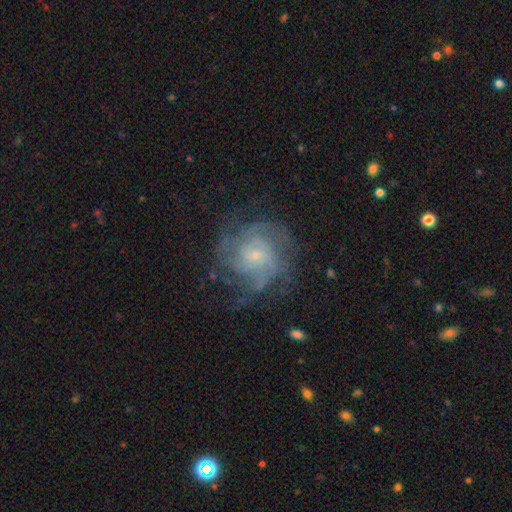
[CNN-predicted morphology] This is clearly a featured or disk galaxy (81%). It is clearly not viewed edge-on (98%). Bar: likely no (61%). Spiral arm pattern: clearly yes (93%). Spiral arm count: marginally can't tell (35%). Spiral winding: possibly tight (49%). Central bulge: likely small (70%). Merging: likely none (66%).